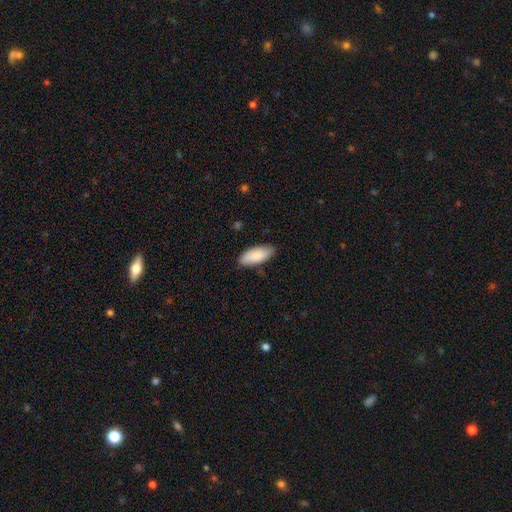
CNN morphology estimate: type=smooth (88%); roundness=in between (83%); merging=none (85%).